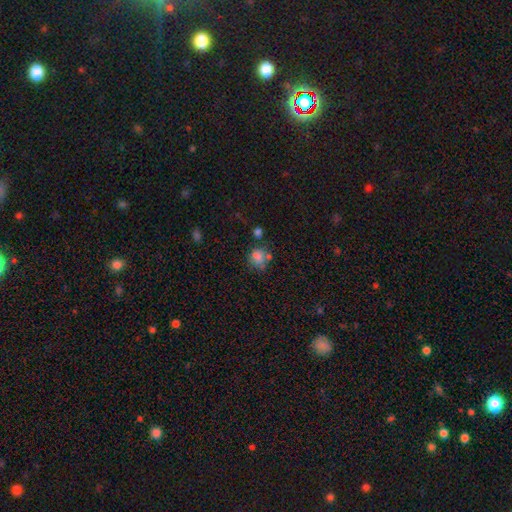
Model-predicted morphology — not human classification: A smooth galaxy with no disk features (65%) that is round (76%). Merging: none (59%).